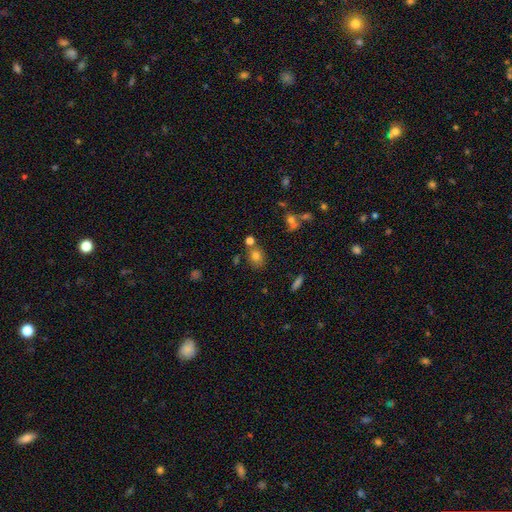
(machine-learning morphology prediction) A smooth galaxy with no disk features (76%) that is round (53%). Merging: none (63%).